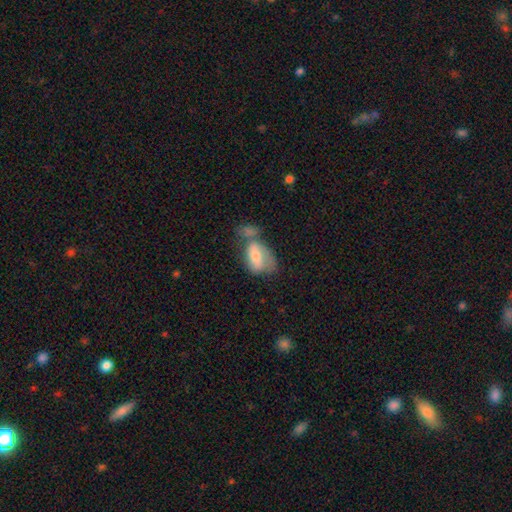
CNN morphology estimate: smooth 59%, featured or disk 34%, star or artifact 7%. Down the decision tree: how rounded — in between (88%); merging — merger (41%).